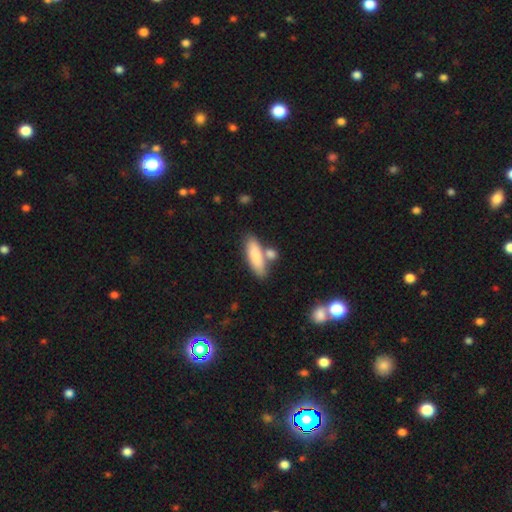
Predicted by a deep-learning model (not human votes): This is clearly a smooth galaxy (83%). How rounded: possibly in between (54%). Merging: likely none (61%).